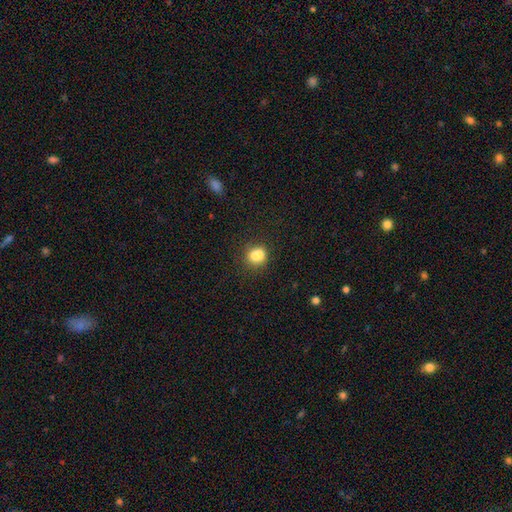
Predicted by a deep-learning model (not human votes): Smooth or featured? Predicted: smooth (p=0.80). How rounded? Predicted: round (p=0.71). Merging? Predicted: none (p=0.60).